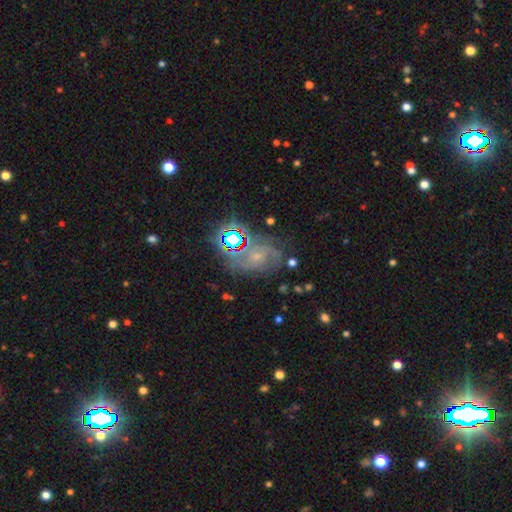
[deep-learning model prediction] This appears to be a featured or disk galaxy (61%) with no bar (67%), tight (54%) spiral arms (93%) and a small central bulge (71%). Merging: none (66%).